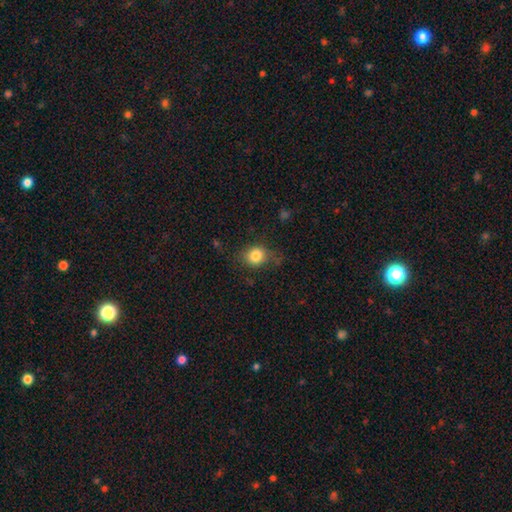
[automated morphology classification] Smooth or featured? smooth (82%)
How rounded? round (66%)
Merging? none (70%)